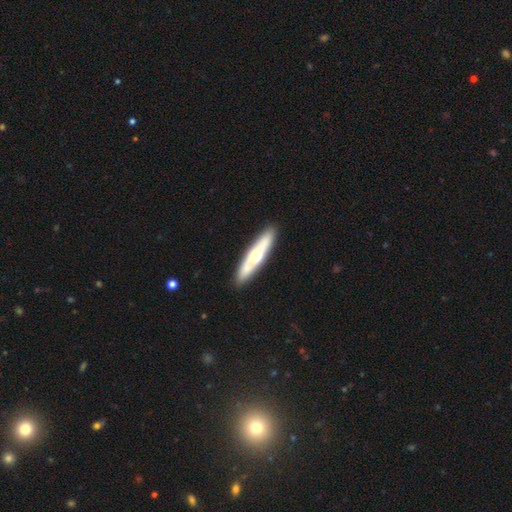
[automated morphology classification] This appears to be a featured or disk galaxy (52%) viewed edge-on (76%). Merging: none (89%).